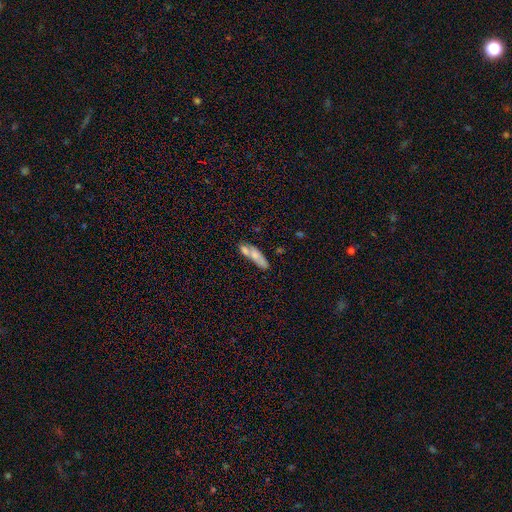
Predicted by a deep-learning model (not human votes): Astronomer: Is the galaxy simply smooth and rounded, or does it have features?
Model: smooth — 65%.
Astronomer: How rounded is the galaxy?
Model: cigar-shaped — 53% (runner-up: in between, 44%).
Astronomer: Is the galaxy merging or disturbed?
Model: none — 44% (runner-up: merger, 33%).